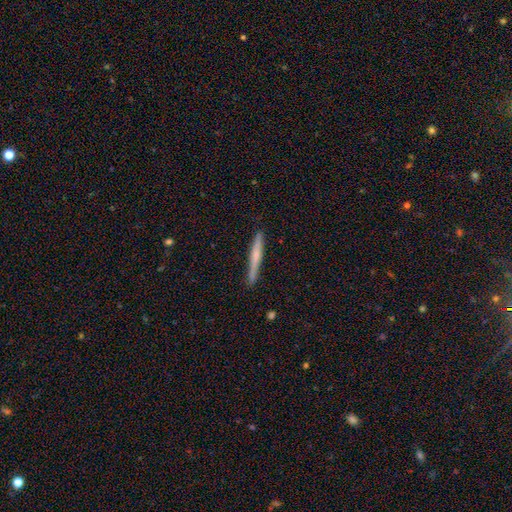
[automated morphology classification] A featured or disk galaxy (50%).

Vote fractions:
- Smooth or featured? featured or disk: 50% / smooth: 44% / star or artifact: 6%
- Merging? none: 88% / minor disturbance: 9% / major disturbance: 2% / merger: 1%